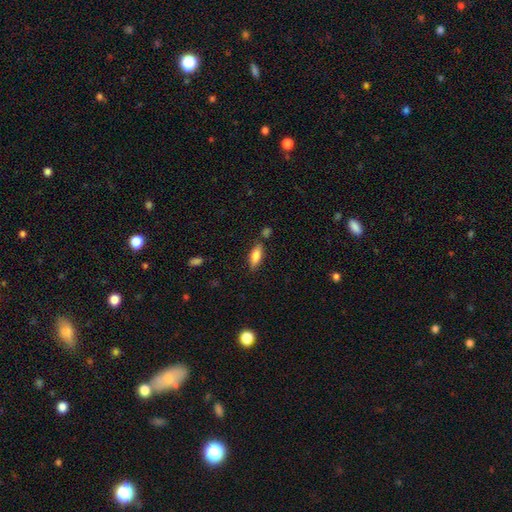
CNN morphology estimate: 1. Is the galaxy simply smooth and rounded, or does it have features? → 78% smooth, 15% featured or disk, 7% star or artifact.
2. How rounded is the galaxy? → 68% in between, 30% cigar-shaped, 2% round.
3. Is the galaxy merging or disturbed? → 75% none, 15% minor disturbance, 7% merger, 3% major disturbance.